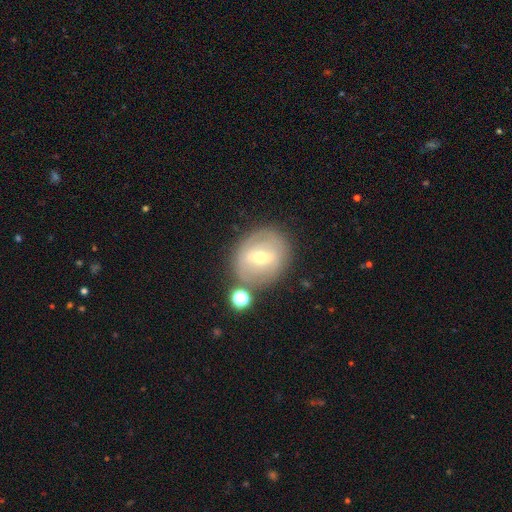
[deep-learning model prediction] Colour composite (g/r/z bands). It shows a featured or disk galaxy (59%) with a weak bar (45%), no spiral arms (58%) and a moderate central bulge (55%). Merging: none (72%).